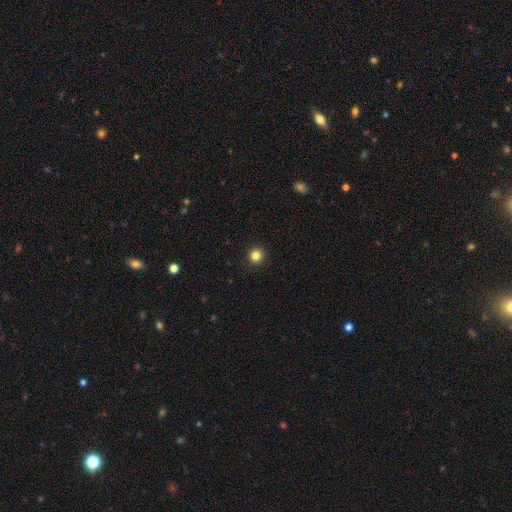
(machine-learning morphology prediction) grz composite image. It shows a smooth galaxy with no disk features (84%) that is round (94%). Merging: none (93%).